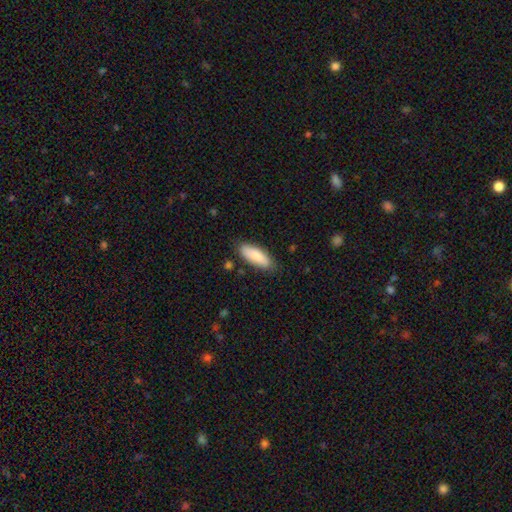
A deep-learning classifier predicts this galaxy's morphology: Smooth or featured: smooth — 84% (featured or disk — 10%)
How rounded: in between — 67% (cigar-shaped — 31%)
Merging: none — 83% (minor disturbance — 13%)